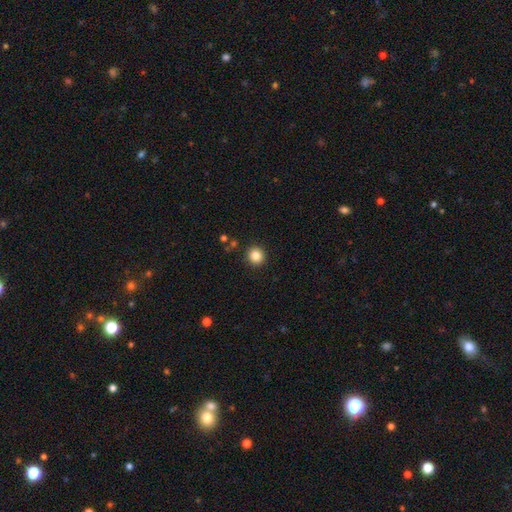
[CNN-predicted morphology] type=smooth (85%); roundness=round (90%); merging=none (90%).